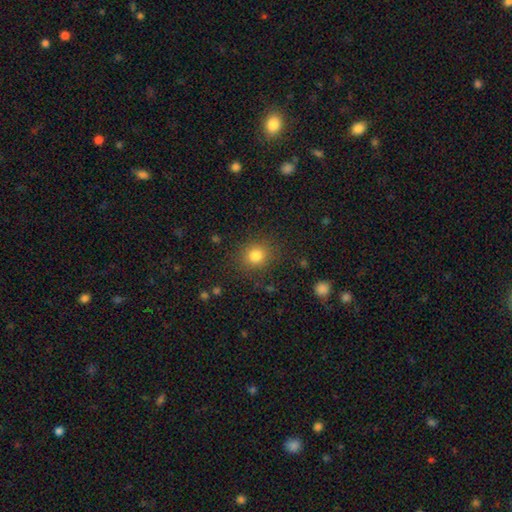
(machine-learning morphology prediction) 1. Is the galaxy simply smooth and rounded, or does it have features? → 82% smooth, 12% star or artifact, 6% featured or disk.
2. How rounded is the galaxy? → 81% round, 18% in between, 1% cigar-shaped.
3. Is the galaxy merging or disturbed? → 86% none, 9% minor disturbance, 4% major disturbance, 1% merger.